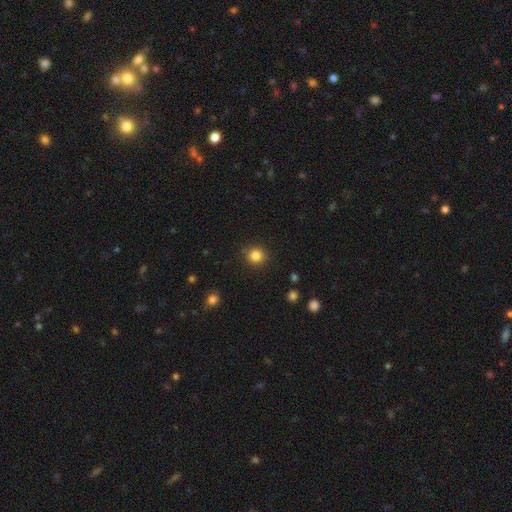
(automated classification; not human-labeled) A smooth galaxy with no disk features (84%) that is round (91%).

Vote fractions:
- Smooth or featured? smooth: 84% / star or artifact: 12% / featured or disk: 5%
- How rounded? round: 91% / in between: 8% / cigar-shaped: 1%
- Merging? none: 89% / minor disturbance: 7% / major disturbance: 2% / merger: 1%